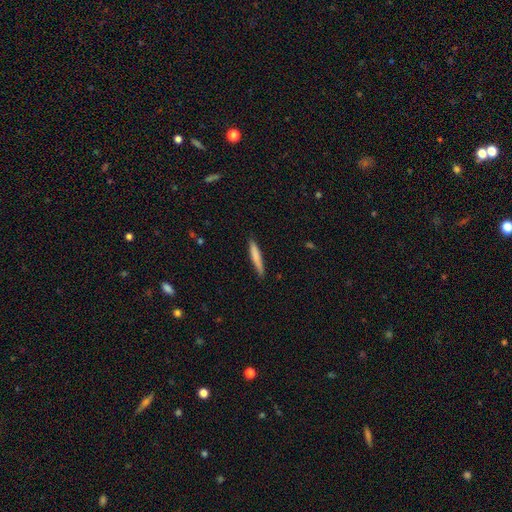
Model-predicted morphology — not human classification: smooth-or-featured: smooth: 79% | featured or disk: 16% | star or artifact: 6%
  how-rounded: cigar-shaped: 93% | in between: 6% | round: 1%
  merging: none: 82% | minor disturbance: 15% | major disturbance: 2% | merger: 1%